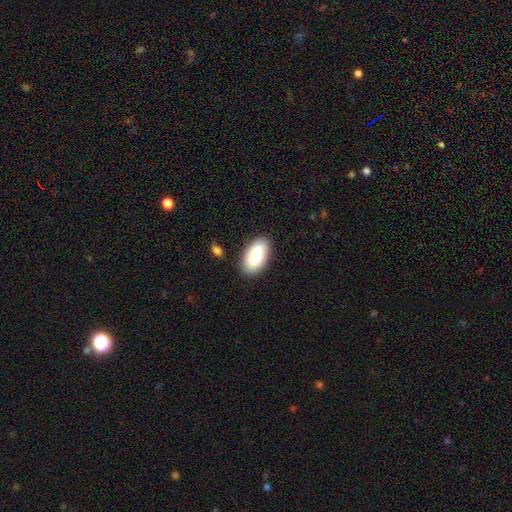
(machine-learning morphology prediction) Smooth or featured?
  - smooth: 86% *
  - featured or disk: 8%
  - star or artifact: 6%
How rounded?
  - in between: 95% *
  - round: 3%
  - cigar-shaped: 2%
Merging?
  - none: 85% *
  - minor disturbance: 11%
  - major disturbance: 3%
  - merger: 2%